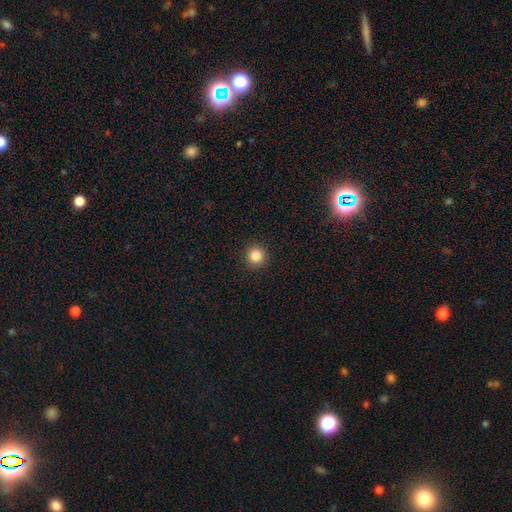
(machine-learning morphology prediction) This appears to be a smooth galaxy with no disk features (84%) that is round (95%). Merging: none (93%).